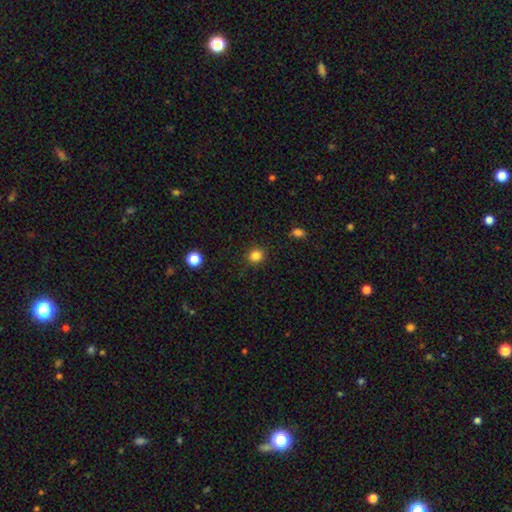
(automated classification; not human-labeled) Smooth or featured? Predicted: smooth (p=0.84). How rounded? Predicted: round (p=0.86). Merging? Predicted: none (p=0.89).